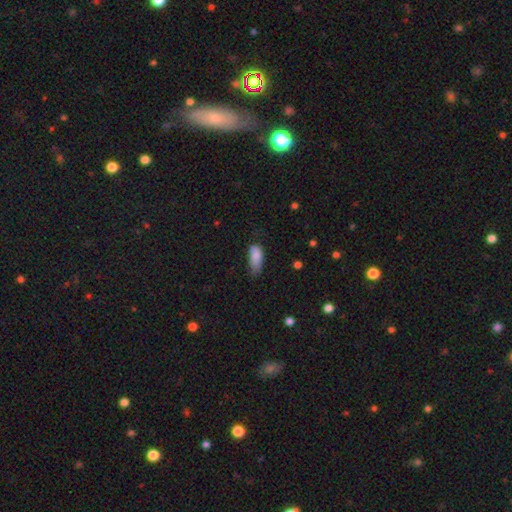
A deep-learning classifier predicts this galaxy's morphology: Smooth or featured? Predicted: smooth (p=0.82). How rounded? Predicted: in between (p=0.85). Merging? Predicted: minor disturbance (p=0.44).